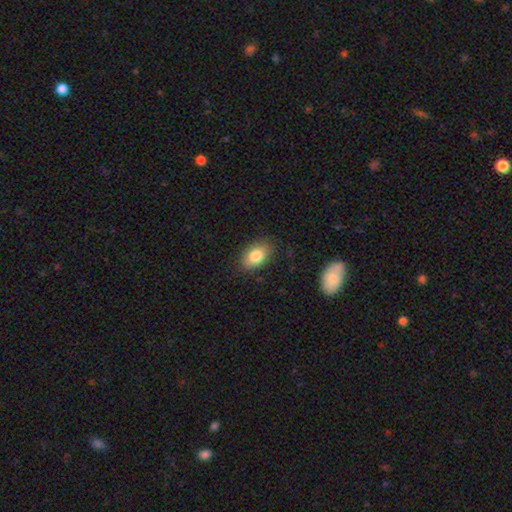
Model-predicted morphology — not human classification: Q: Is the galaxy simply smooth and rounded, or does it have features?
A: smooth — 83%.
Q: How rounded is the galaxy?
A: in between — 90%.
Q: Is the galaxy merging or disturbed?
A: none — 85%.